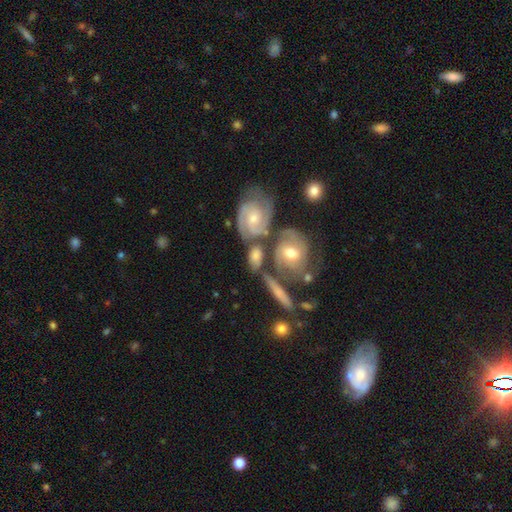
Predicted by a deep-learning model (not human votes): Q: Smooth or featured?
A: featured or disk (54%); runner-up: smooth (39%)
Q: Edge-on disk?
A: no (90%); runner-up: yes (10%)
Q: Merging?
A: none (42%); runner-up: merger (34%)